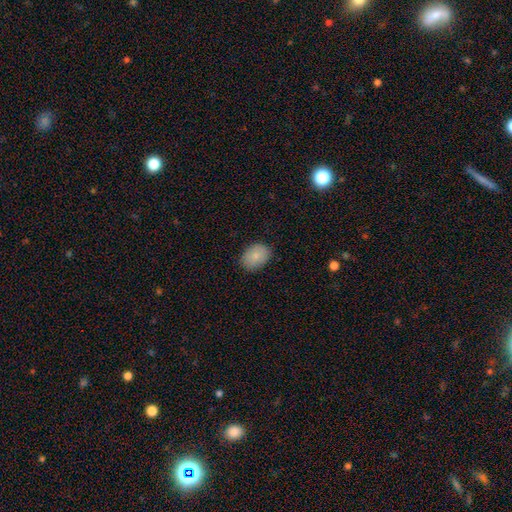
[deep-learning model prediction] This appears to be a smooth galaxy with no disk features (85%) that is in between round and cigar-shaped (69%). Merging: none (84%).